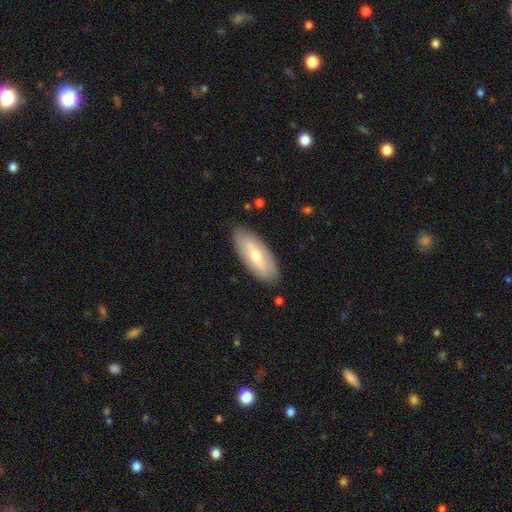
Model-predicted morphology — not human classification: type=smooth (51%); roundness=in between (81%); merging=none (86%).